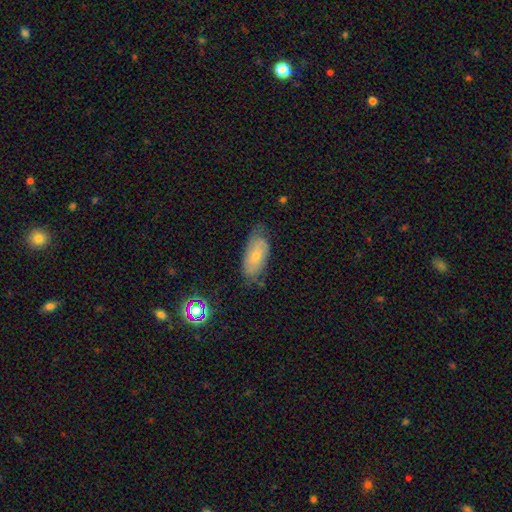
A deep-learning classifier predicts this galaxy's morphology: This is likely a smooth galaxy (62%). How rounded: clearly in between (89%). Merging: likely none (63%).